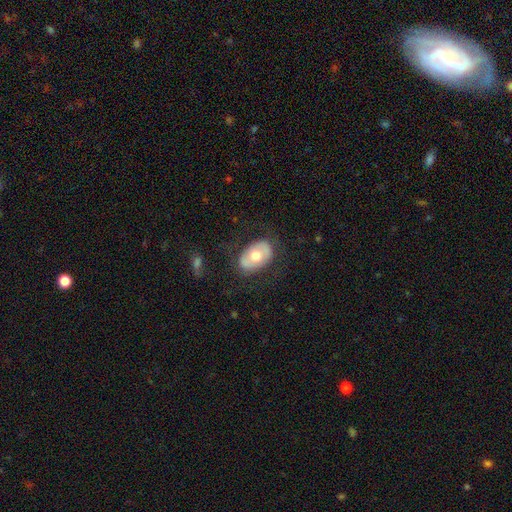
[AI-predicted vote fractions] A smooth galaxy with no disk features (58%) that is in between round and cigar-shaped (86%). Merging: none (74%).